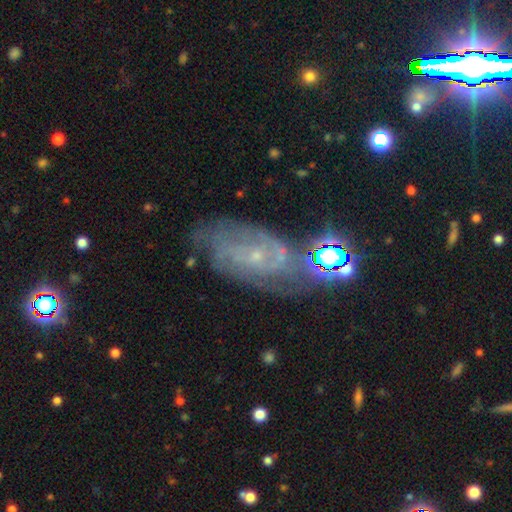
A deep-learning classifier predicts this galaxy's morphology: Q: Smooth or featured?
A: featured or disk (75%); runner-up: smooth (12%)
Q: Edge-on disk?
A: no (95%); runner-up: yes (5%)
Q: Bar?
A: no (67%); runner-up: weak (28%)
Q: Spiral arms?
A: yes (91%); runner-up: no (9%)
Q: Spiral winding?
A: tight (52%); runner-up: medium (37%)
Q: Spiral arm count?
A: can't tell (40%); runner-up: 2 (28%)
Q: Bulge size?
A: small (81%); runner-up: moderate (12%)
Q: Merging?
A: none (58%); runner-up: minor disturbance (22%)